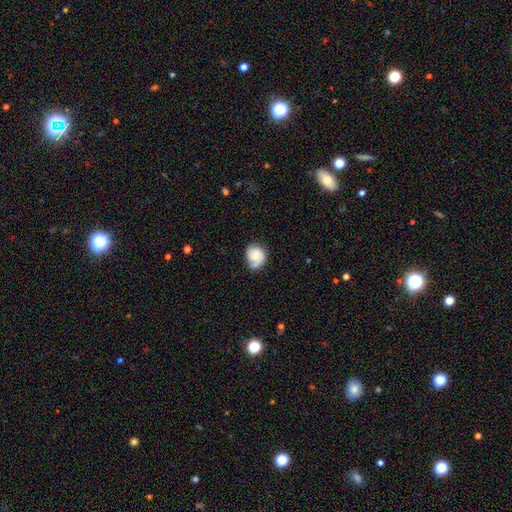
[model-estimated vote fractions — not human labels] smooth_or_featured: featured or disk (p=0.50) [alt: smooth p=0.42]
disk_edge_on: no (p=0.98) [alt: yes p=0.02]
merging: none (p=0.58) [alt: minor disturbance p=0.29]